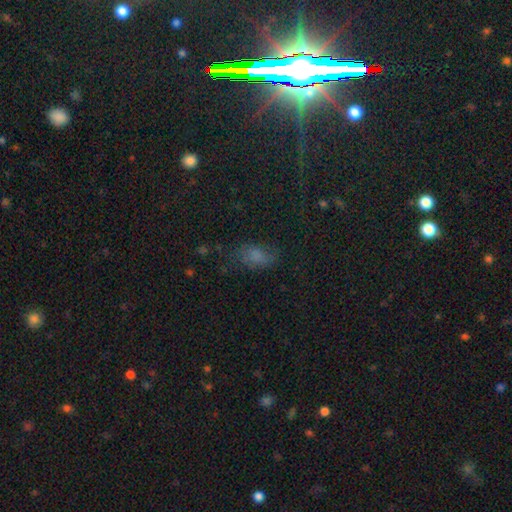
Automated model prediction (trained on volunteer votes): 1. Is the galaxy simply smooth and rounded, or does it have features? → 66% smooth, 21% star or artifact, 14% featured or disk.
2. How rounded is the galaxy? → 88% in between, 9% round, 4% cigar-shaped.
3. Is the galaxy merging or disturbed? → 59% none, 25% minor disturbance, 14% major disturbance, 2% merger.